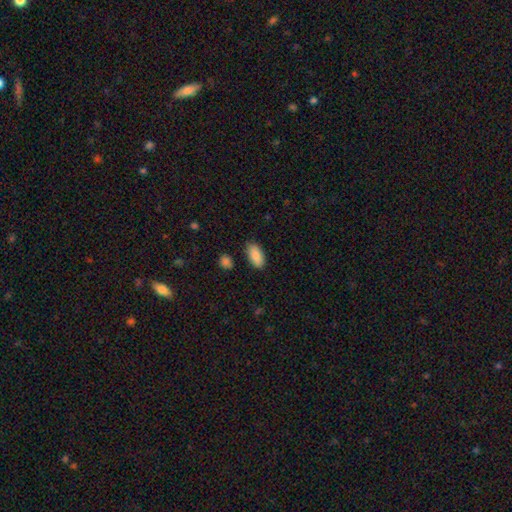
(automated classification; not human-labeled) Smooth or featured?
  - smooth: 87% *
  - featured or disk: 7%
  - star or artifact: 7%
How rounded?
  - in between: 92% *
  - cigar-shaped: 5%
  - round: 3%
Merging?
  - none: 85% *
  - minor disturbance: 10%
  - major disturbance: 2%
  - merger: 2%